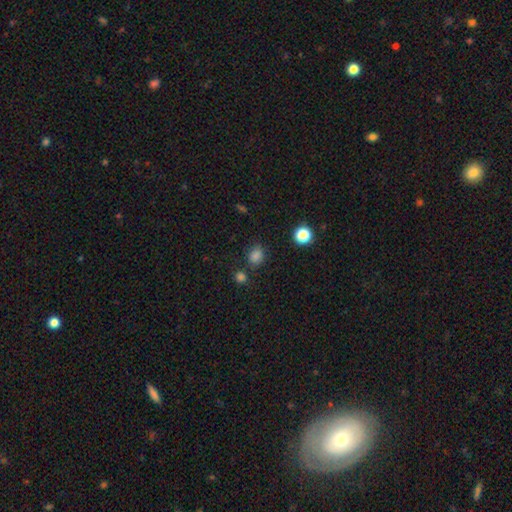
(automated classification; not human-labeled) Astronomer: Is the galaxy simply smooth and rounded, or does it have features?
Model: smooth — 80%.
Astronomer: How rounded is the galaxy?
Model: round — 56% (runner-up: in between, 43%).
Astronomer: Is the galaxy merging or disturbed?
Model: none — 73%.